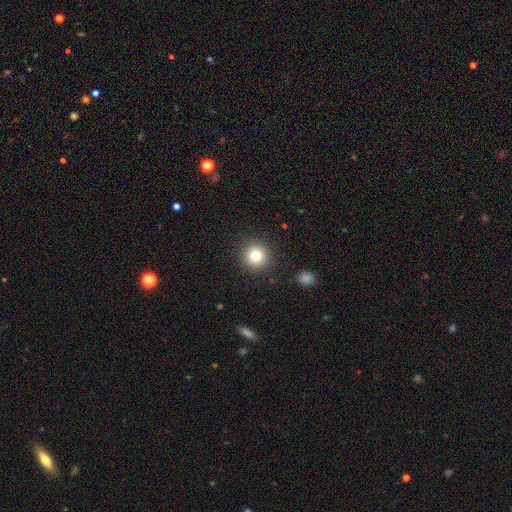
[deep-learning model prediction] Overall: smooth (80%). How rounded: round (95%). Merging: none (90%).